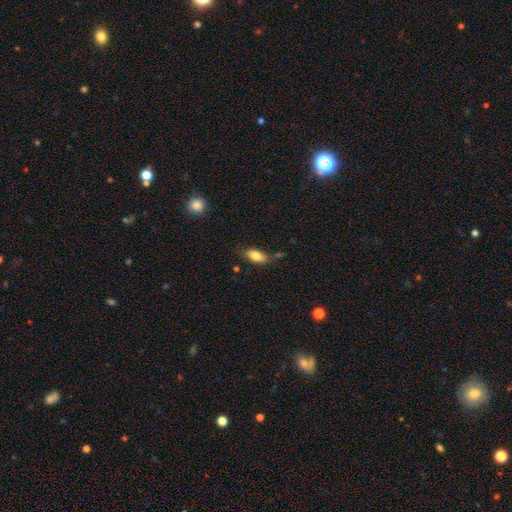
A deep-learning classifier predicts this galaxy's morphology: A smooth galaxy with no disk features (81%) that is in between round and cigar-shaped (88%). Merging: none (68%).